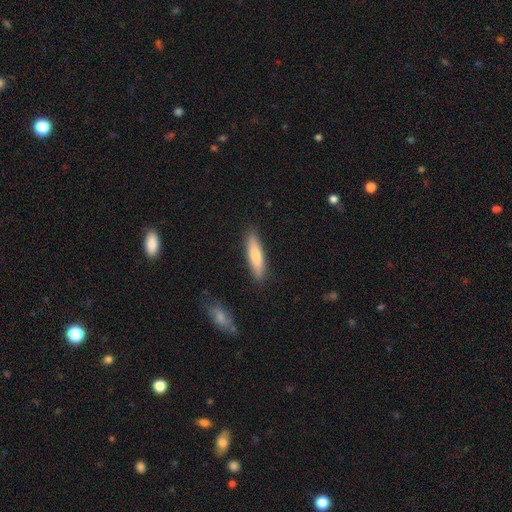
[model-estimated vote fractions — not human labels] smooth_or_featured: smooth (p=0.74) [alt: featured or disk p=0.21]
how_rounded: cigar-shaped (p=0.79) [alt: in between p=0.20]
merging: none (p=0.88) [alt: minor disturbance p=0.09]